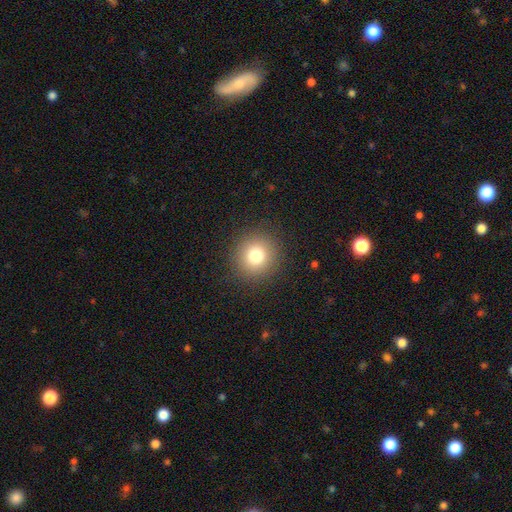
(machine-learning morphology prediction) smooth-or-featured: smooth: 79% | star or artifact: 13% | featured or disk: 9%
  how-rounded: round: 93% | in between: 6% | cigar-shaped: 1%
  merging: none: 90% | minor disturbance: 6% | major disturbance: 3% | merger: 1%